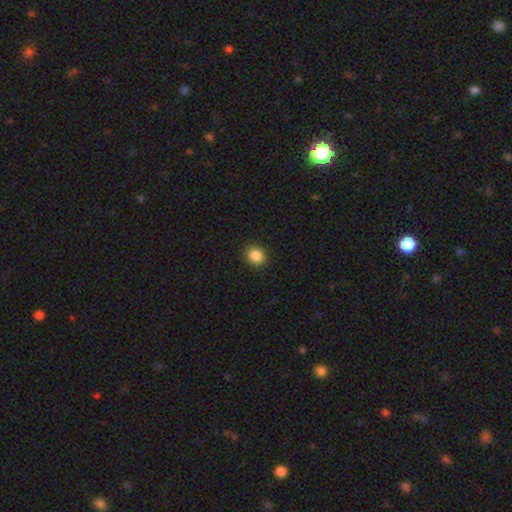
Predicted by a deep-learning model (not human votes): Smooth or featured? Predicted: smooth (p=0.86). How rounded? Predicted: round (p=0.74). Merging? Predicted: none (p=0.91).